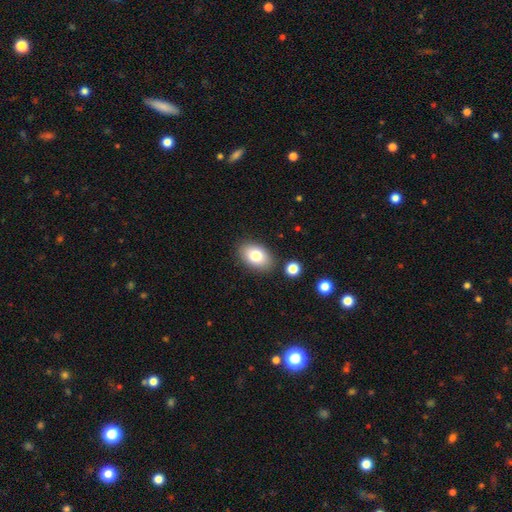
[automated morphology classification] A smooth galaxy with no disk features (79%) that is in between round and cigar-shaped (86%).

Vote fractions:
- Smooth or featured? smooth: 79% / featured or disk: 12% / star or artifact: 9%
- How rounded? in between: 86% / round: 13% / cigar-shaped: 1%
- Merging? none: 85% / minor disturbance: 9% / merger: 3% / major disturbance: 3%